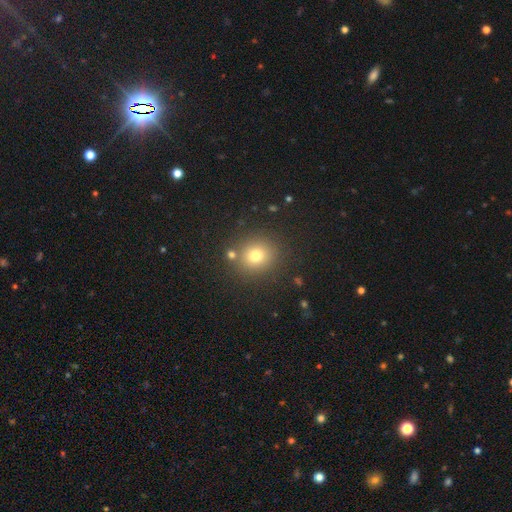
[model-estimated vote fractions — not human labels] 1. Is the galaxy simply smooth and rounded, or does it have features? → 76% smooth, 16% star or artifact, 9% featured or disk.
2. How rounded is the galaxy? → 85% round, 14% in between, 1% cigar-shaped.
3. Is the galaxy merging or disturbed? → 82% none, 8% minor disturbance, 7% merger, 3% major disturbance.